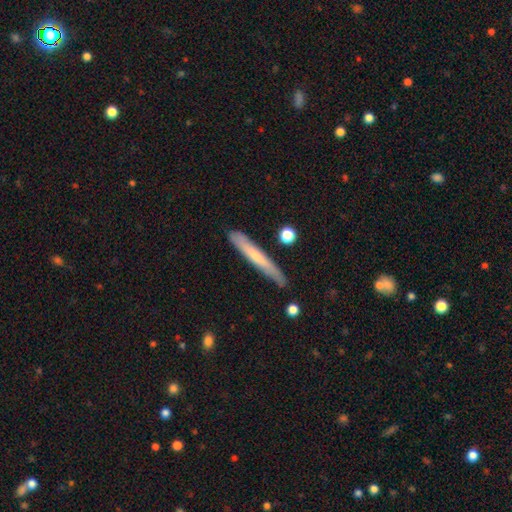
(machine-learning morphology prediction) smooth_or_featured: smooth (p=0.58) [alt: featured or disk p=0.36]
how_rounded: cigar-shaped (p=0.95) [alt: in between p=0.03]
merging: none (p=0.80) [alt: minor disturbance p=0.15]